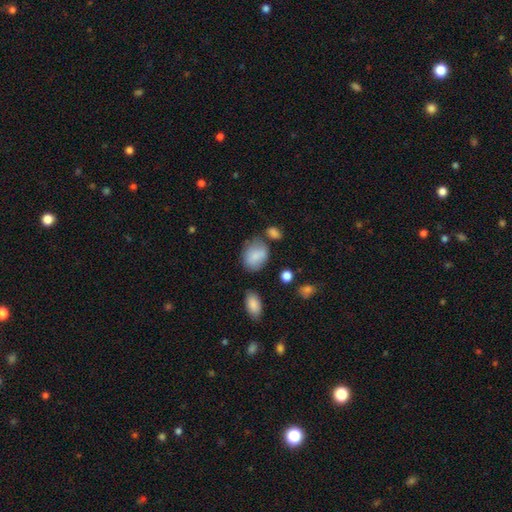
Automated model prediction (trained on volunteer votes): Q: Smooth or featured?
A: smooth (82%); runner-up: featured or disk (10%)
Q: How rounded?
A: in between (68%); runner-up: round (31%)
Q: Merging?
A: none (61%); runner-up: minor disturbance (24%)